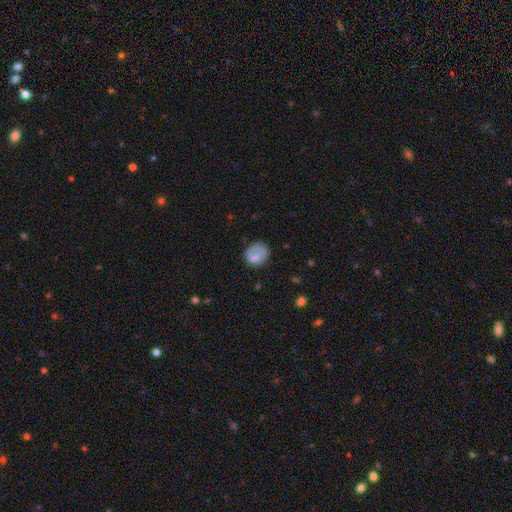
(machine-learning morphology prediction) Smooth or featured: smooth — 71% (featured or disk — 21%)
How rounded: round — 66% (in between — 33%)
Merging: none — 56% (minor disturbance — 26%)